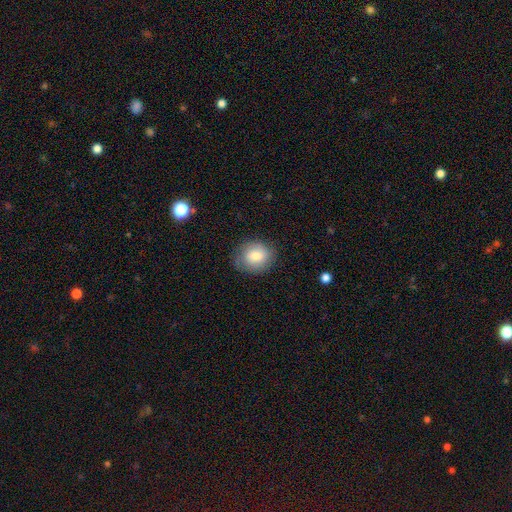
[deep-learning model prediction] Smooth or featured: smooth — 78% (featured or disk — 14%)
How rounded: round — 74% (in between — 26%)
Merging: none — 79% (minor disturbance — 16%)